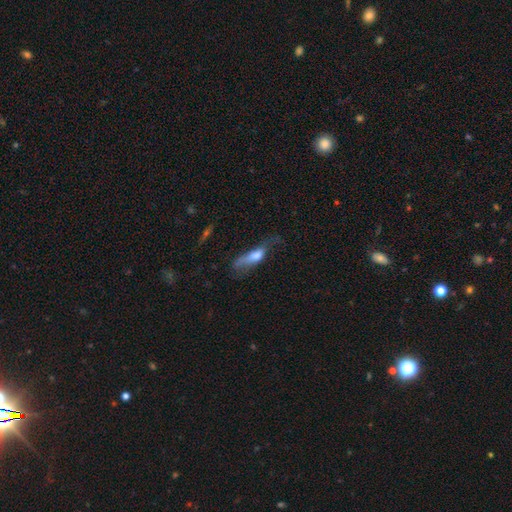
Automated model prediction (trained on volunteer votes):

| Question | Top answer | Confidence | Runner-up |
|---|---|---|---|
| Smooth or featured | smooth | 61% | featured or disk (30%) |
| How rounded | cigar-shaped | 53% | in between (44%) |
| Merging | major disturbance | 36% | none (30%) |